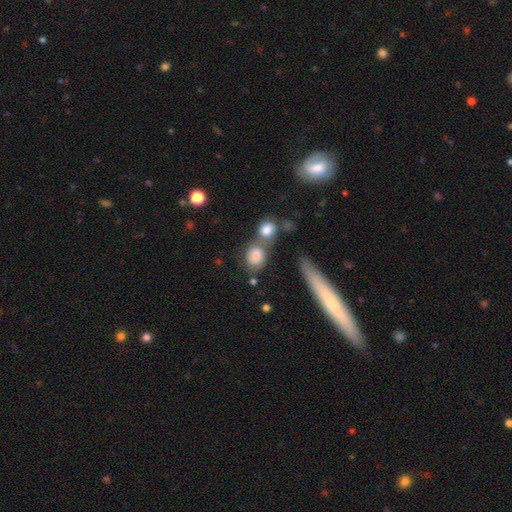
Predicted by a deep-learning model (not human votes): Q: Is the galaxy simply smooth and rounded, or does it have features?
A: smooth — 79%.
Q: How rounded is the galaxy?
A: round — 50%.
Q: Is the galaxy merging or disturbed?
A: merger — 42%.